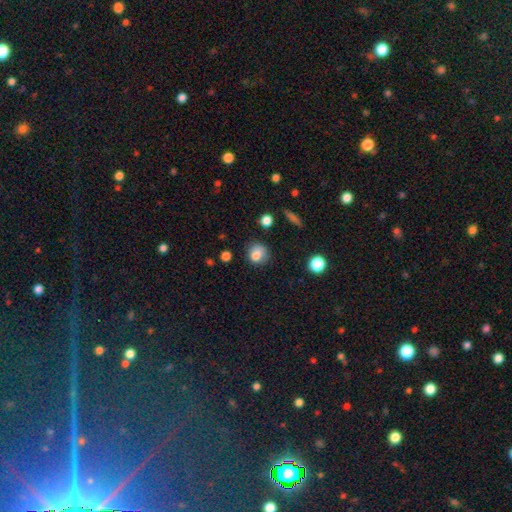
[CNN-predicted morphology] This is likely a smooth galaxy (79%). How rounded: clearly round (81%). Merging: likely none (74%).